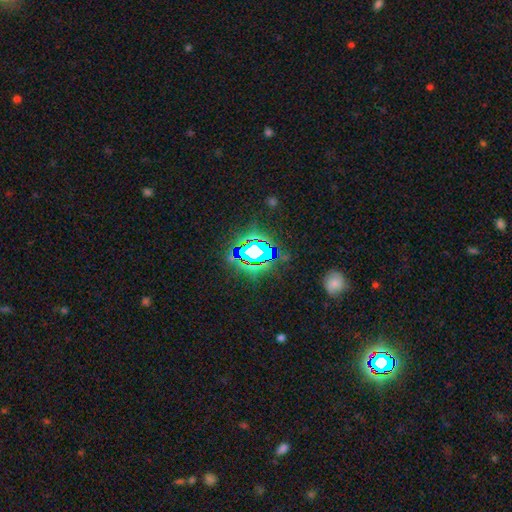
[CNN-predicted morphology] This is likely a star or artifact rather than a galaxy (71%).